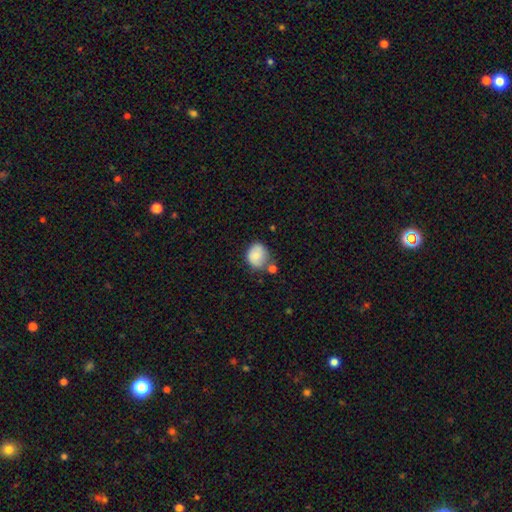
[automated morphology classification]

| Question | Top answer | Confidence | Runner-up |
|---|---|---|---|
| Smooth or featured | smooth | 70% | featured or disk (22%) |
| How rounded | round | 54% | in between (45%) |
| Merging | none | 52% | minor disturbance (27%) |